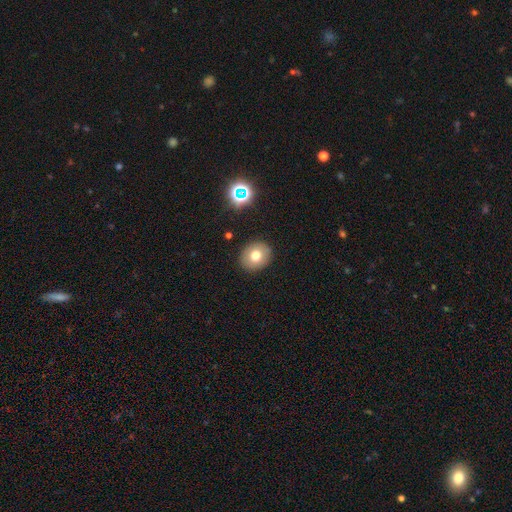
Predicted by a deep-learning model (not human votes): Smooth or featured? Predicted: smooth (p=0.73). How rounded? Predicted: round (p=0.66). Merging? Predicted: none (p=0.89).